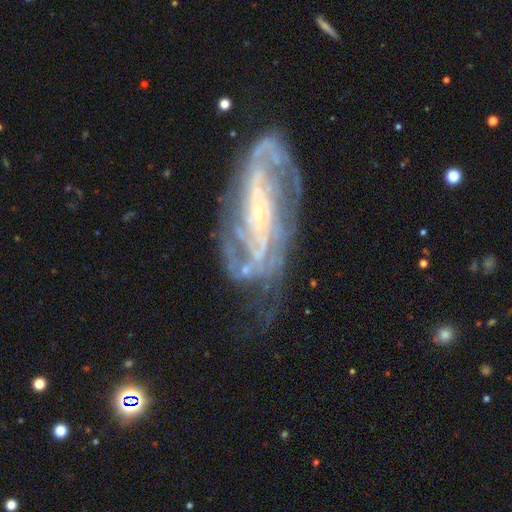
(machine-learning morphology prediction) Smooth or featured?
  - featured or disk: 88% *
  - star or artifact: 6%
  - smooth: 6%
Edge-on disk?
  - no: 93% *
  - yes: 7%
Bar?
  - no: 45% *
  - weak: 29%
  - strong: 26%
Spiral arms?
  - yes: 94% *
  - no: 6%
Spiral winding?
  - tight: 45% *
  - medium: 39%
  - loose: 16%
Spiral arm count?
  - 2: 47% *
  - can't tell: 25%
  - 3: 11%
  - 4: 7%
  - 1: 5%
  - more than 4: 5%
Bulge size?
  - small: 83% *
  - moderate: 12%
  - none: 3%
  - large: 2%
  - dominant: 1%
Merging?
  - none: 57% *
  - minor disturbance: 23%
  - major disturbance: 17%
  - merger: 3%